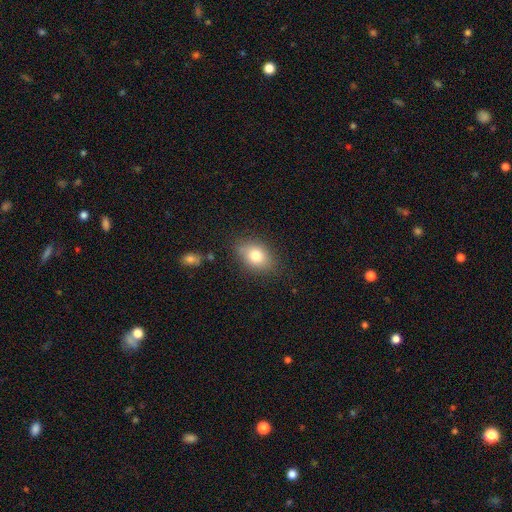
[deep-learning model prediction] Overall: smooth (79%). How rounded: in between (78%). Merging: none (79%).